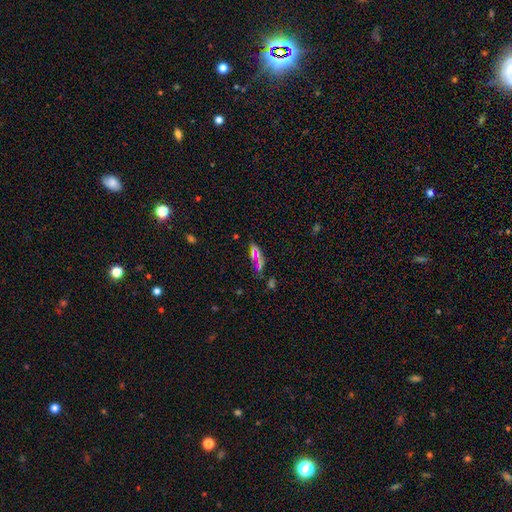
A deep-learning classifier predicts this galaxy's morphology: Q: Smooth or featured?
A: smooth (49%); runner-up: star or artifact (36%)
Q: Merging?
A: none (64%); runner-up: minor disturbance (17%)